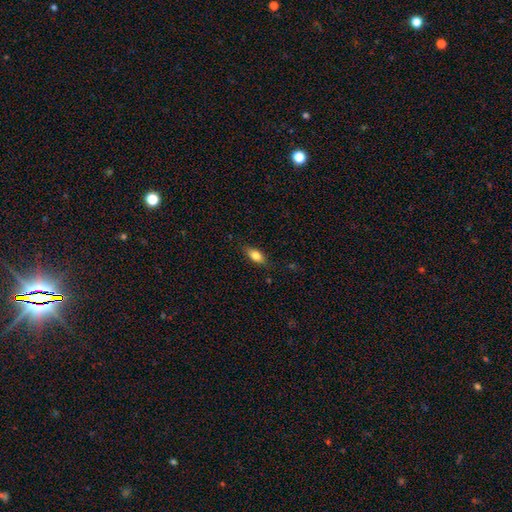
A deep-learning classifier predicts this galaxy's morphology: Overall: smooth (77%). How rounded: in between (82%). Merging: none (81%).